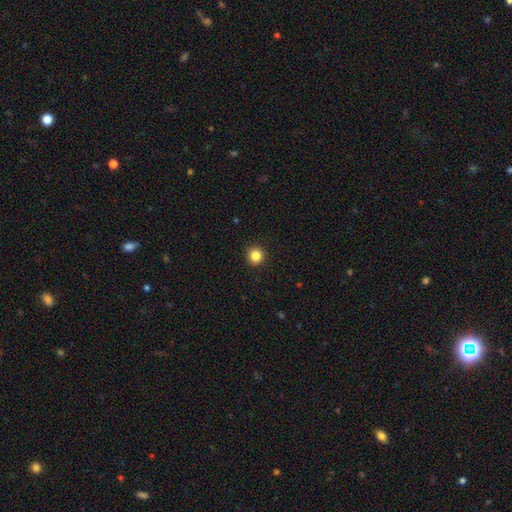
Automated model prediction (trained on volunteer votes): smooth-or-featured: smooth: 84% | star or artifact: 11% | featured or disk: 4%
  how-rounded: round: 95% | in between: 4% | cigar-shaped: 1%
  merging: none: 93% | minor disturbance: 4% | major disturbance: 2% | merger: 1%